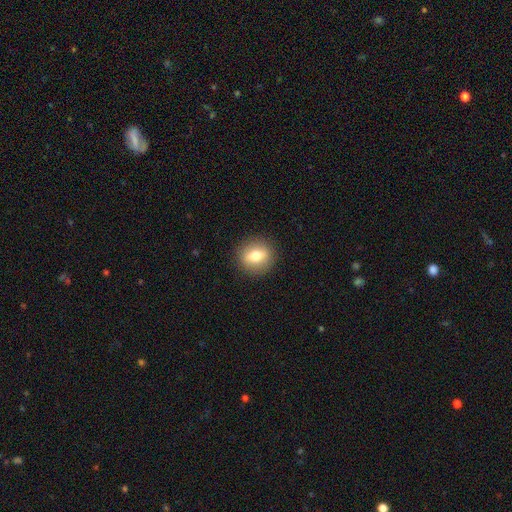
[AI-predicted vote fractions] smooth 68%, featured or disk 23%, star or artifact 9%. Down the decision tree: how rounded — round (75%); merging — none (89%).